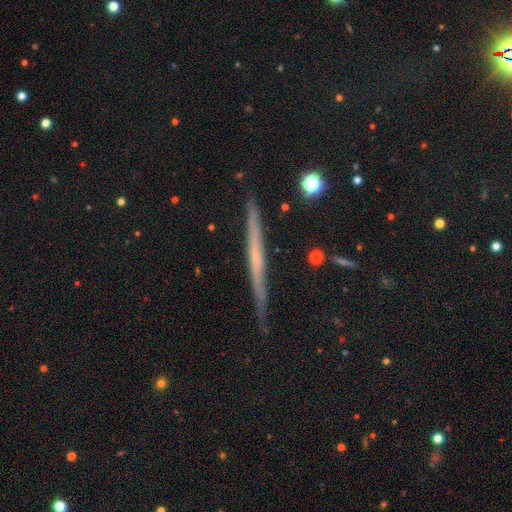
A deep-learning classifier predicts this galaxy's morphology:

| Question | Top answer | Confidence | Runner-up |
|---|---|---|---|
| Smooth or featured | featured or disk | 64% | smooth (27%) |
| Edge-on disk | yes | 97% | no (3%) |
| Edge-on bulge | none | 79% | rounded (16%) |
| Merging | none | 87% | minor disturbance (10%) |